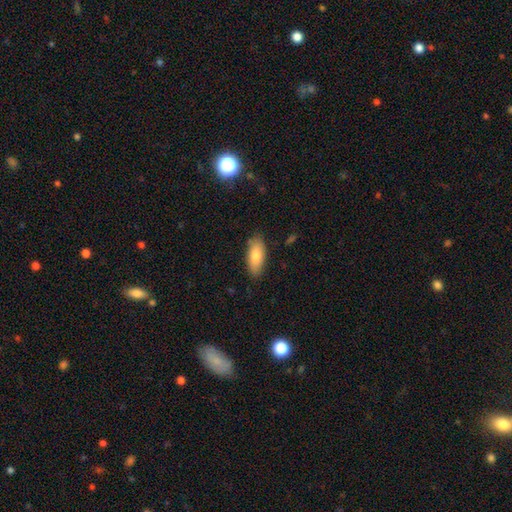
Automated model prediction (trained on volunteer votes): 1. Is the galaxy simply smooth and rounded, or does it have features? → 81% smooth, 13% featured or disk, 6% star or artifact.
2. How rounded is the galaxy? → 82% in between, 16% cigar-shaped, 2% round.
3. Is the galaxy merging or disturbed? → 83% none, 13% minor disturbance, 2% major disturbance, 1% merger.